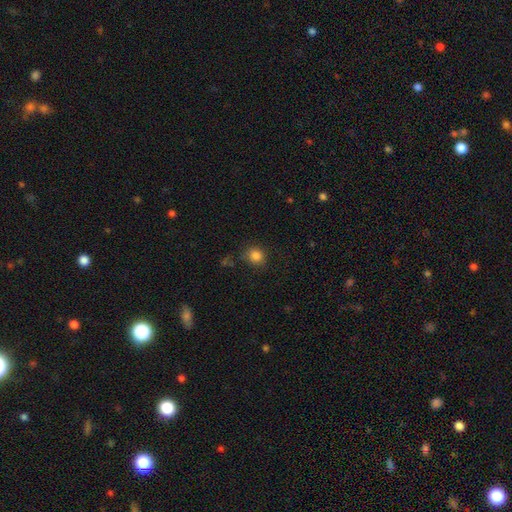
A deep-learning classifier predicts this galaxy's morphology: Smooth or featured: smooth — 84% (star or artifact — 11%)
How rounded: round — 77% (in between — 22%)
Merging: none — 79% (minor disturbance — 14%)